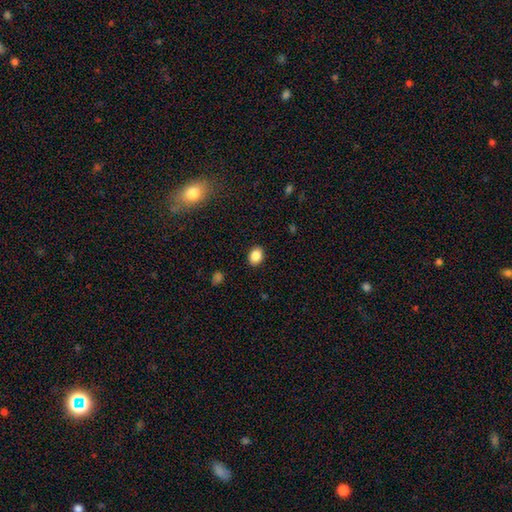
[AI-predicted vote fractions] A smooth galaxy with no disk features (87%) that is in between round and cigar-shaped (60%).

Vote fractions:
- Smooth or featured? smooth: 87% / star or artifact: 9% / featured or disk: 4%
- How rounded? in between: 60% / round: 39% / cigar-shaped: 1%
- Merging? none: 89% / minor disturbance: 8% / major disturbance: 2% / merger: 1%